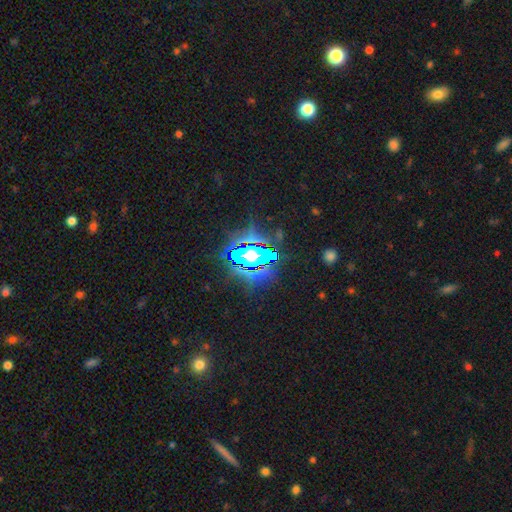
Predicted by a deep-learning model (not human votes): Smooth or featured? star or artifact (79%)